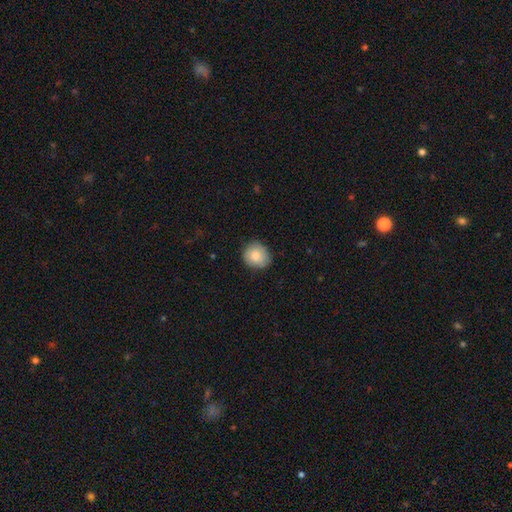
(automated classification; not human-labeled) smooth-or-featured: smooth: 83% | featured or disk: 10% | star or artifact: 7%
  how-rounded: round: 80% | in between: 19% | cigar-shaped: 1%
  merging: none: 81% | minor disturbance: 16% | major disturbance: 3% | merger: 1%